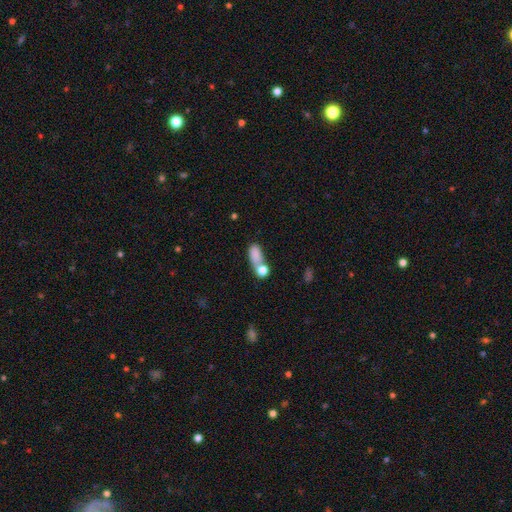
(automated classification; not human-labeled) Smooth or featured? Predicted: smooth (p=0.78). How rounded? Predicted: in between (p=0.71). Merging? Predicted: merger (p=0.43).